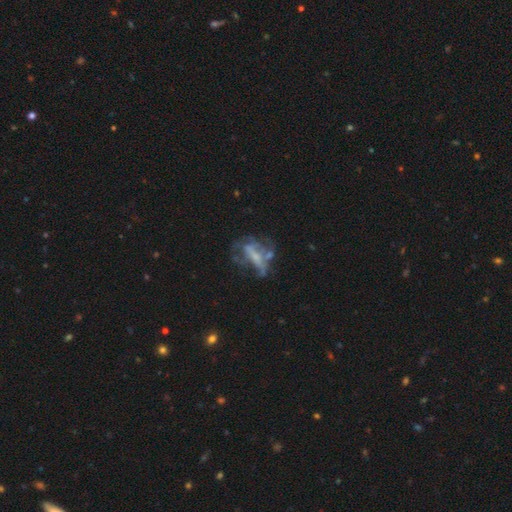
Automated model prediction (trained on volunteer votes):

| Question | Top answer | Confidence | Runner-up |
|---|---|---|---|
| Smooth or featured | featured or disk | 63% | smooth (23%) |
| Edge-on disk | no | 91% | yes (9%) |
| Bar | no | 61% | weak (23%) |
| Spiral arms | no | 72% | yes (28%) |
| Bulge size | none | 38% | small (35%) |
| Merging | major disturbance | 37% | none (33%) |